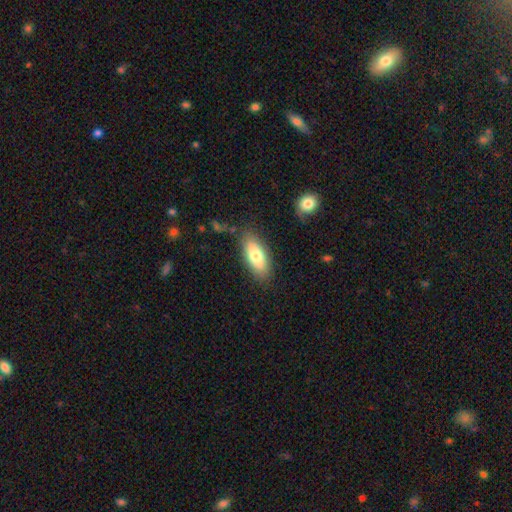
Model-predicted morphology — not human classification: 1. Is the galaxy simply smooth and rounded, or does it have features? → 73% smooth, 20% featured or disk, 7% star or artifact.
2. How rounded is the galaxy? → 84% in between, 14% cigar-shaped, 3% round.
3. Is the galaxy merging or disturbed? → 80% none, 13% minor disturbance, 4% major disturbance, 3% merger.